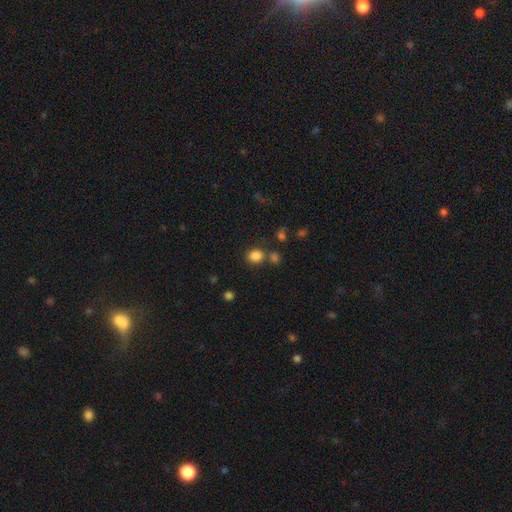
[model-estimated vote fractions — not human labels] A smooth galaxy with no disk features (83%) that is round (64%).

Vote fractions:
- Smooth or featured? smooth: 83% / star or artifact: 12% / featured or disk: 5%
- How rounded? round: 64% / in between: 35% / cigar-shaped: 1%
- Merging? none: 72% / merger: 13% / minor disturbance: 10% / major disturbance: 4%